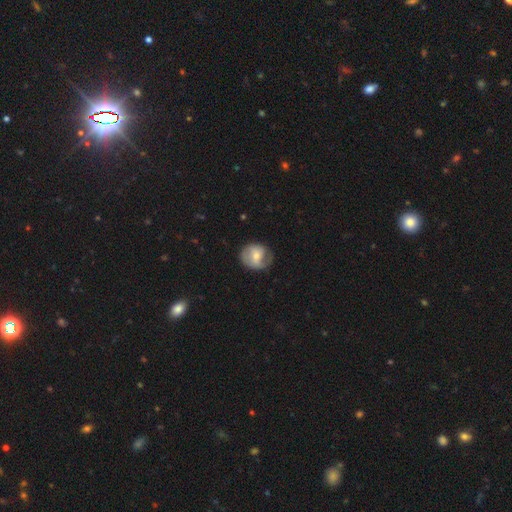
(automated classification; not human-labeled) This is possibly a smooth galaxy (51%). How rounded: likely round (68%). Merging: possibly none (57%).